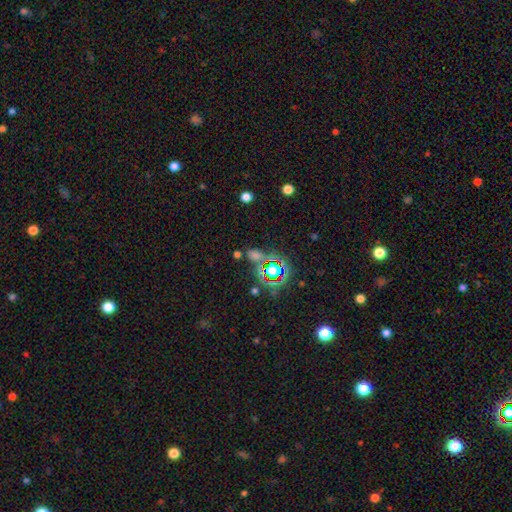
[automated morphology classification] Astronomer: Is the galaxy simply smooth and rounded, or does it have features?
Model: star or artifact — 77%.